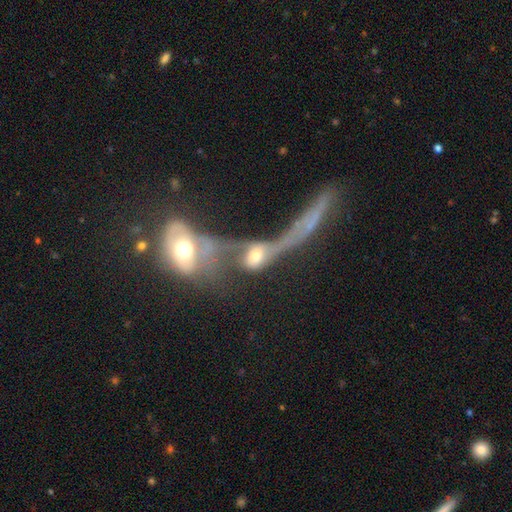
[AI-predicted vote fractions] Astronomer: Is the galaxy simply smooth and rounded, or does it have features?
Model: featured or disk — 49% (runner-up: smooth, 39%).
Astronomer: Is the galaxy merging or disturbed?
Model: merger — 70%.